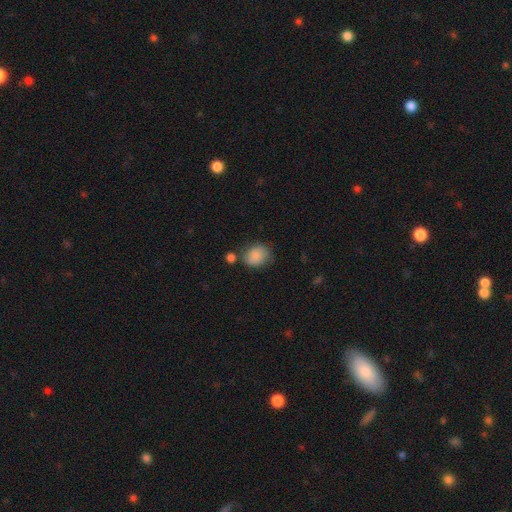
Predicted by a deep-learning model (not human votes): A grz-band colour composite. It shows a smooth galaxy with no disk features (83%) that is round (58%). Merging: none (63%).